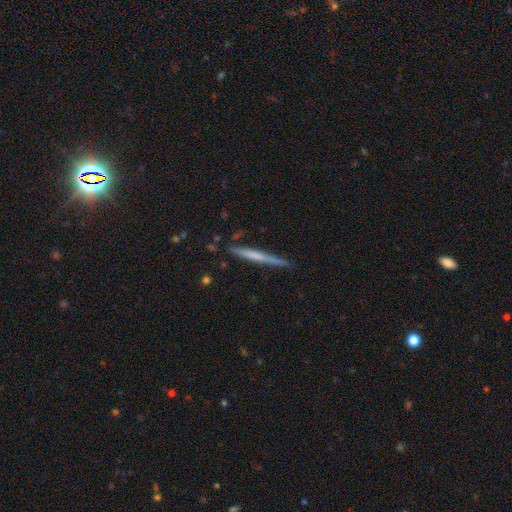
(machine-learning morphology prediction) Smooth or featured: smooth — 47% (tied with featured or disk — 47%)
Merging: none — 85% (minor disturbance — 11%)